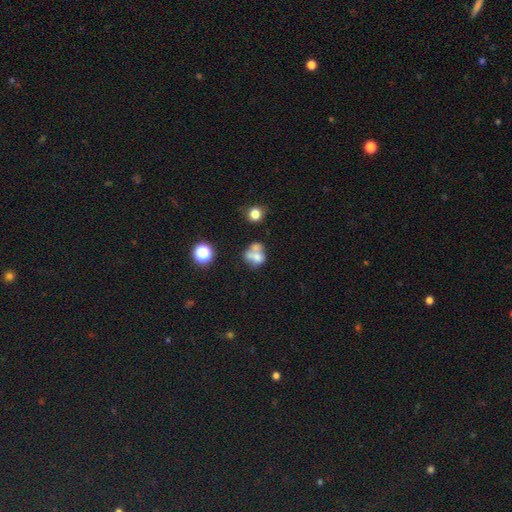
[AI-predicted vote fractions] Morphology: type=smooth (58%); roundness=round (54%); merging=merger (53%).